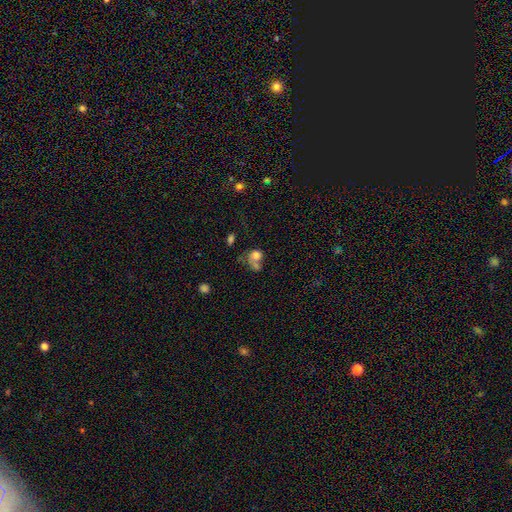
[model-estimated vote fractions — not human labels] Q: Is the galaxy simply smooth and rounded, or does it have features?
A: smooth — 71%.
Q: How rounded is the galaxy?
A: round — 65%.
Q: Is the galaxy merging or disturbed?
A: merger — 45%.